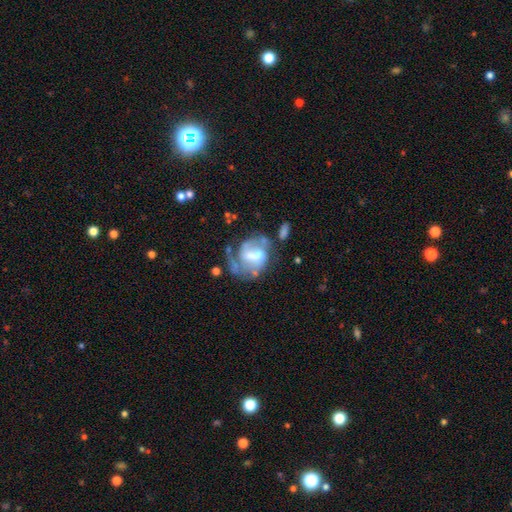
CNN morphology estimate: Overall: featured or disk (64%; smooth 27%). Edge-on disk: no (97%). Bar: weak (41%; no 36%). Spiral arms: yes (60%; no 40%). Bulge size: moderate (36%; small 22%). Merging: major disturbance (33%, tied with none).